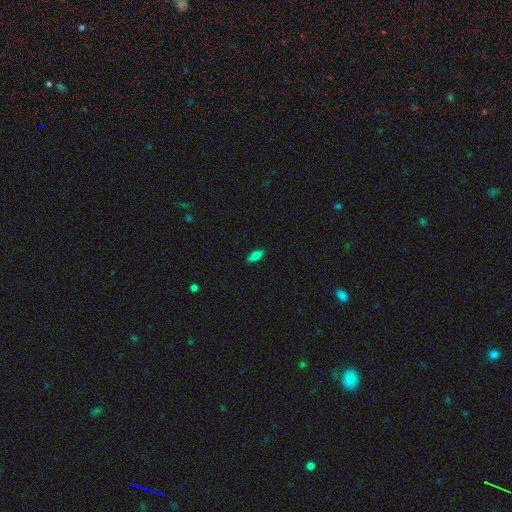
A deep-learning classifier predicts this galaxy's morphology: smooth-or-featured: smooth: 78% | featured or disk: 12% | star or artifact: 10%
  how-rounded: in between: 77% | cigar-shaped: 20% | round: 3%
  merging: none: 87% | minor disturbance: 10% | major disturbance: 2% | merger: 1%